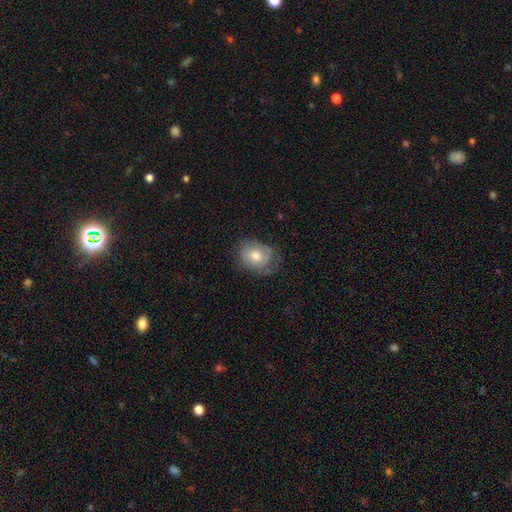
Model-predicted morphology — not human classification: This appears to be a smooth galaxy with no disk features (55%) that is in between round and cigar-shaped (55%). Merging: none (62%).